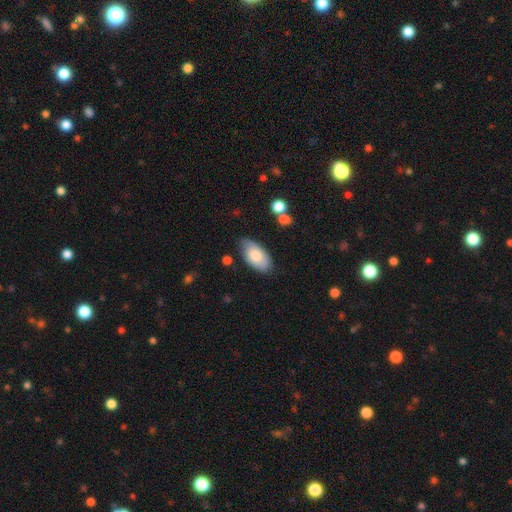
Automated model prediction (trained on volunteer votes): Smooth or featured? Predicted: smooth (p=0.76). How rounded? Predicted: in between (p=0.95). Merging? Predicted: none (p=0.71).